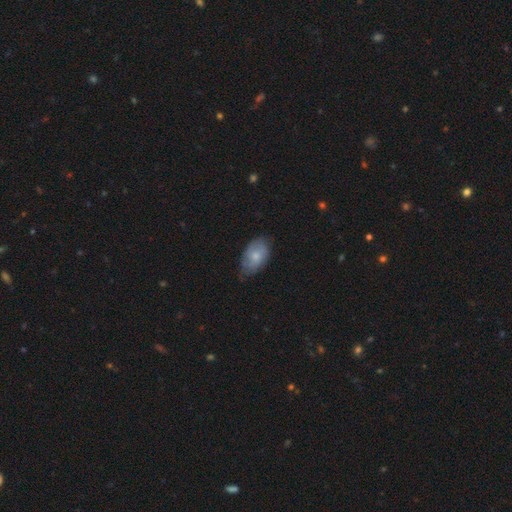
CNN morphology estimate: smooth 68%, featured or disk 26%, star or artifact 6%. Down the decision tree: how rounded — in between (91%); merging — none (60%).